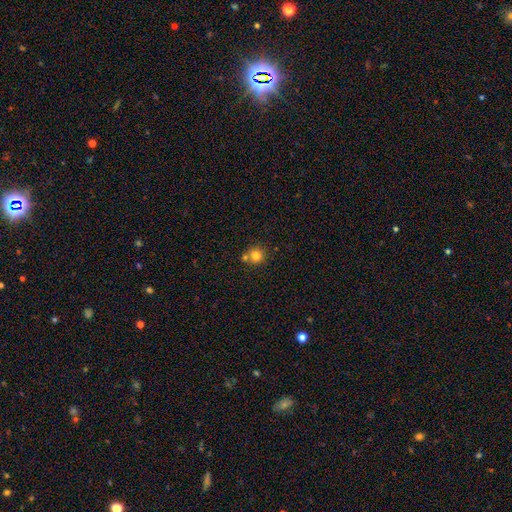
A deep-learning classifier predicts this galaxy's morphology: A smooth galaxy with no disk features (79%) that is round (92%). Merging: none (68%).